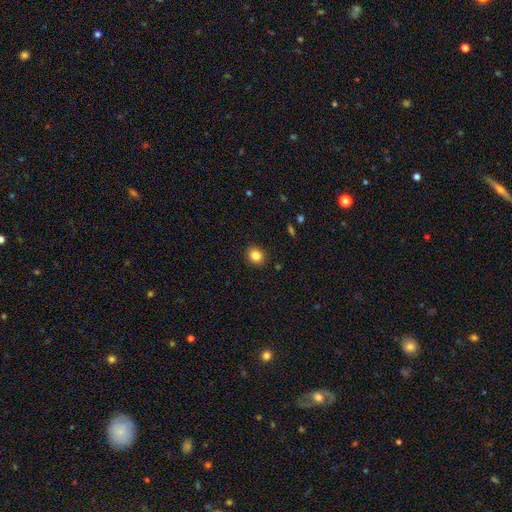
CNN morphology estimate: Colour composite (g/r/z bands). It shows a smooth galaxy with no disk features (84%) that is round (76%). Merging: none (90%).